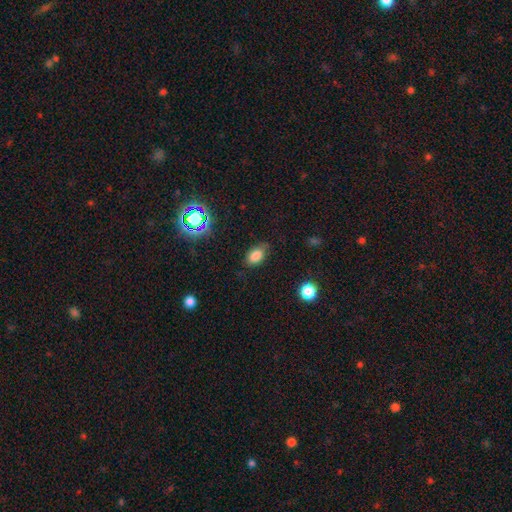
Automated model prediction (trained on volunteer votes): smooth-or-featured: smooth: 80% | star or artifact: 13% | featured or disk: 8%
  how-rounded: in between: 89% | round: 9% | cigar-shaped: 2%
  merging: none: 73% | minor disturbance: 20% | major disturbance: 5% | merger: 1%